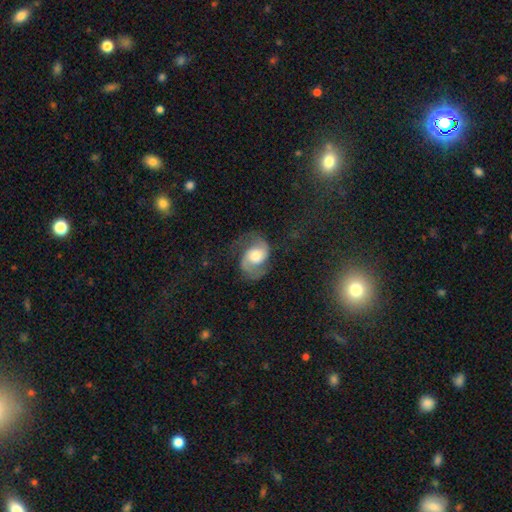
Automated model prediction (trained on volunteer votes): Smooth or featured? featured or disk (79%)
Edge-on disk? no (98%)
Bar? no (63%)
Spiral arms? yes (94%)
Spiral winding? medium (50%)
Spiral arm count? 2 (90%)
Bulge size? moderate (52%)
Merging? none (63%)